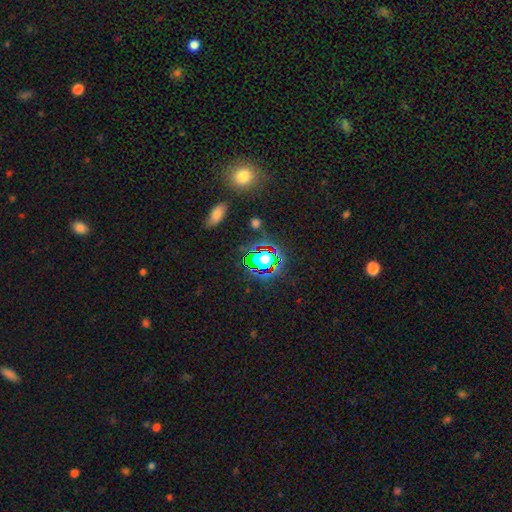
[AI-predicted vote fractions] Smooth or featured? Predicted: star or artifact (p=0.70).